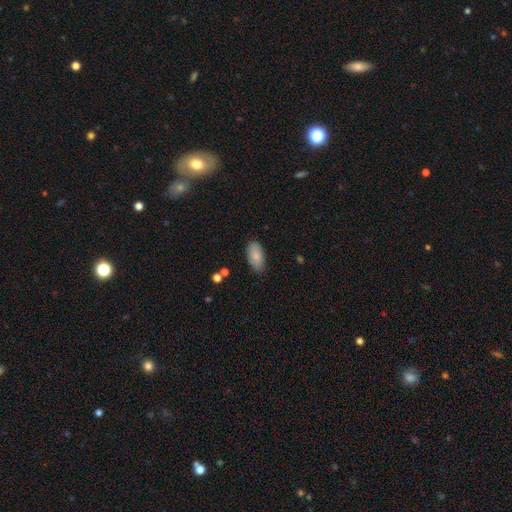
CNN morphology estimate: The model was most divided on "merging": none: 80%, minor disturbance: 15%, major disturbance: 3%, merger: 2%. More confident: how rounded — in between (93%); smooth or featured — smooth (85%).